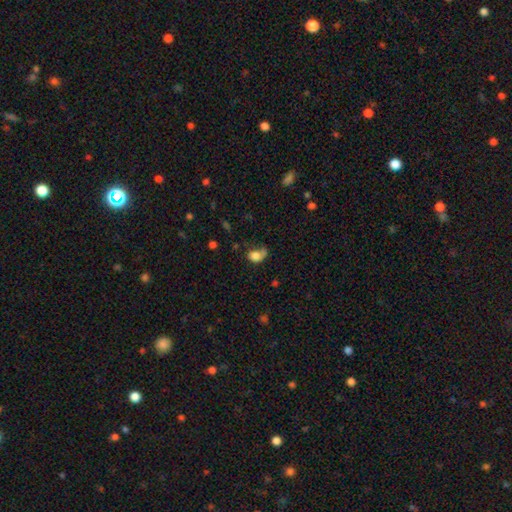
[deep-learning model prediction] Smooth or featured: smooth — 76% (featured or disk — 14%)
How rounded: in between — 66% (round — 32%)
Merging: none — 33% (major disturbance — 30%)